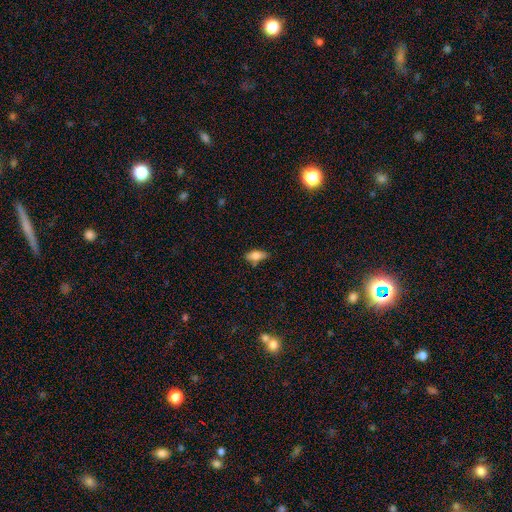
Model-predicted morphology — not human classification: Overall: smooth (78%). How rounded: in between (81%). Merging: none (71%).